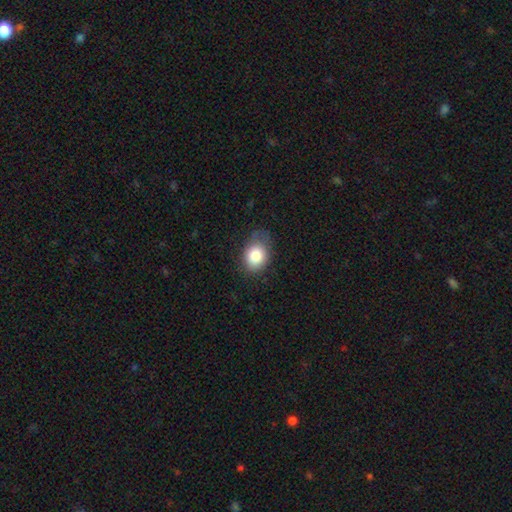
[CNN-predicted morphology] smooth_or_featured: smooth (p=0.83) [alt: featured or disk p=0.09]
how_rounded: in between (p=0.64) [alt: round p=0.35]
merging: none (p=0.61) [alt: minor disturbance p=0.29]